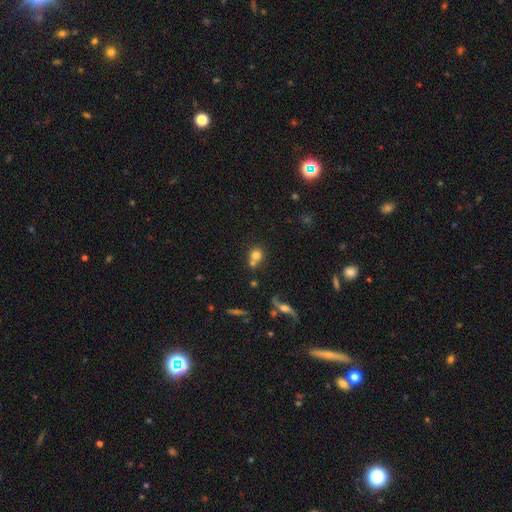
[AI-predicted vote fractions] smooth 74%, featured or disk 14%, star or artifact 12%. Down the decision tree: how rounded — round (85%); merging — none (46%).